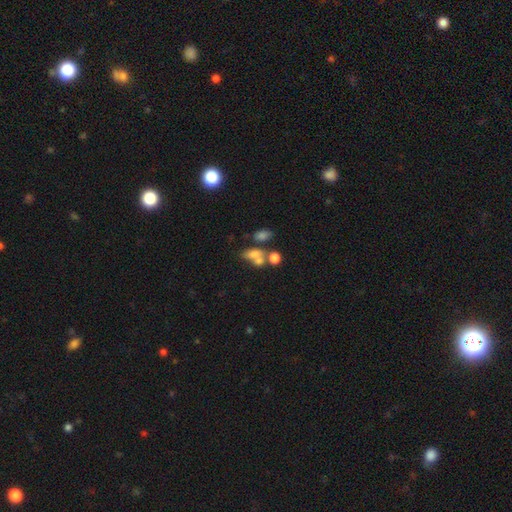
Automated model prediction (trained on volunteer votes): This appears to be a smooth galaxy with no disk features (65%) that is in between round and cigar-shaped (66%). Merging: merger (49%).